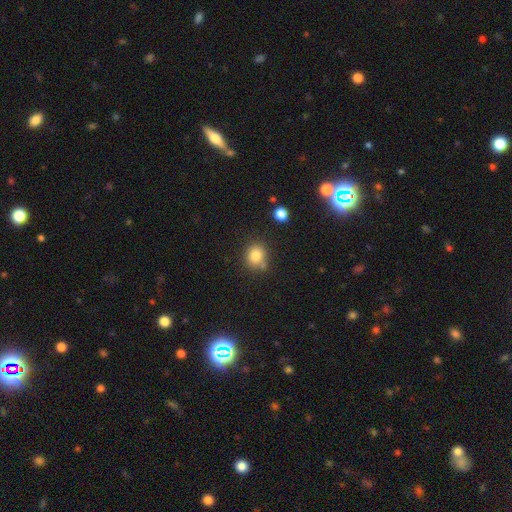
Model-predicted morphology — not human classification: smooth-or-featured: smooth: 81% | star or artifact: 11% | featured or disk: 7%
  how-rounded: round: 77% | in between: 22% | cigar-shaped: 1%
  merging: none: 71% | minor disturbance: 14% | merger: 11% | major disturbance: 4%